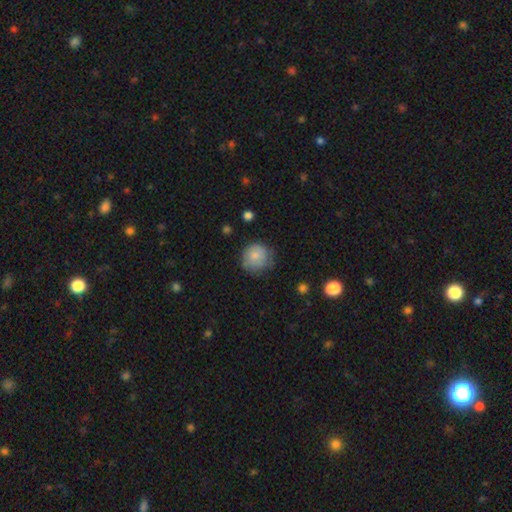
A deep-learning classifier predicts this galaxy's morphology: Smooth or featured? smooth (79%)
How rounded? round (90%)
Merging? none (65%)